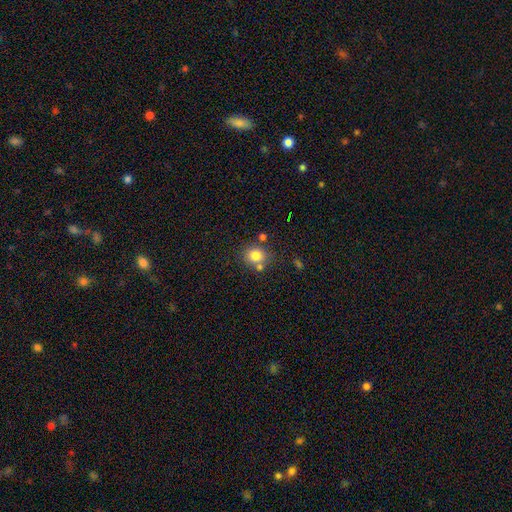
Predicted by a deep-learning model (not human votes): Smooth or featured? Predicted: smooth (p=0.79). How rounded? Predicted: round (p=0.81). Merging? Predicted: none (p=0.68).